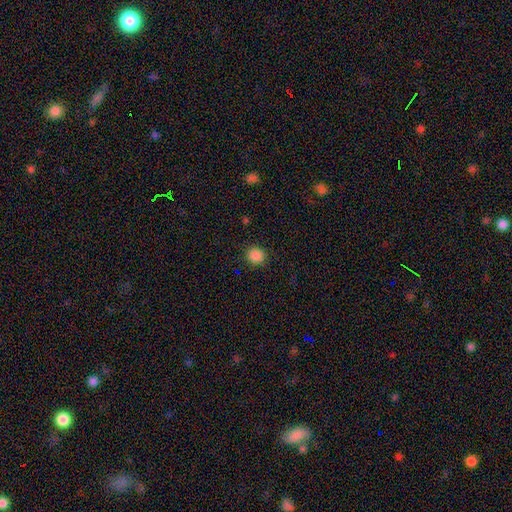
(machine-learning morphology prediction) This is clearly a smooth galaxy (86%). How rounded: clearly round (88%). Merging: clearly none (89%).